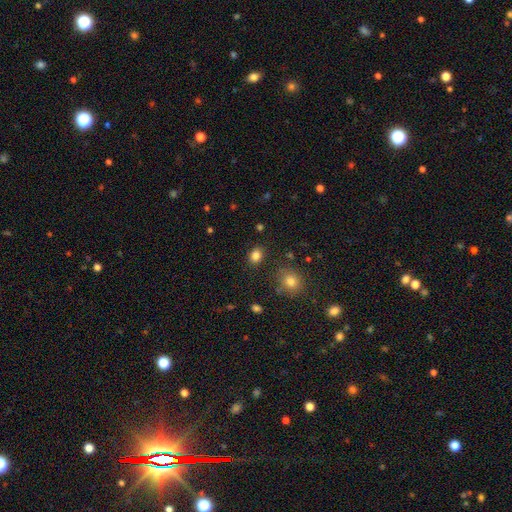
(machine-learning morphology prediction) Overall: smooth (84%). How rounded: in between (54%; round 45%). Merging: none (86%).